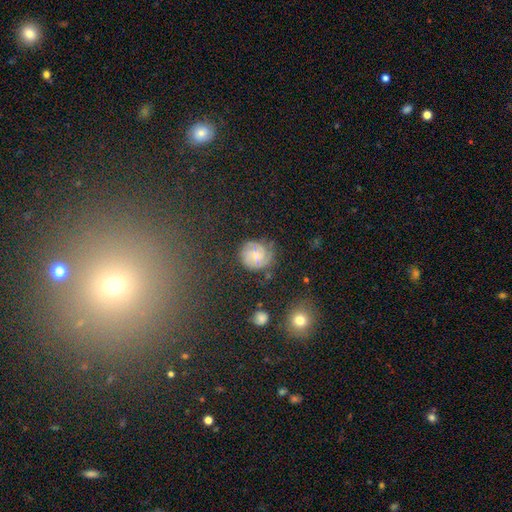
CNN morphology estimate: This is likely a featured or disk galaxy (65%). It is clearly not viewed edge-on (98%). Bar: possibly no (59%). Spiral arm pattern: clearly yes (93%). Spiral arm count: marginally 2 (33%). Spiral winding: likely tight (62%). Central bulge: likely small (64%). Merging: likely none (70%).